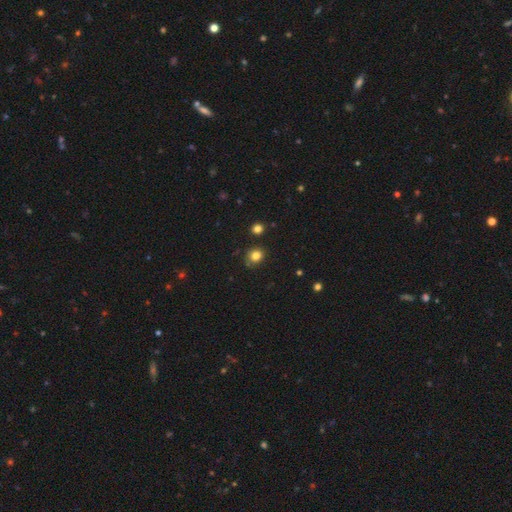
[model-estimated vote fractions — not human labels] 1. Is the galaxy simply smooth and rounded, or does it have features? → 81% smooth, 13% star or artifact, 6% featured or disk.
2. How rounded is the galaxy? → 74% round, 25% in between, 1% cigar-shaped.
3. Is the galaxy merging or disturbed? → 79% none, 14% minor disturbance, 3% major disturbance, 3% merger.